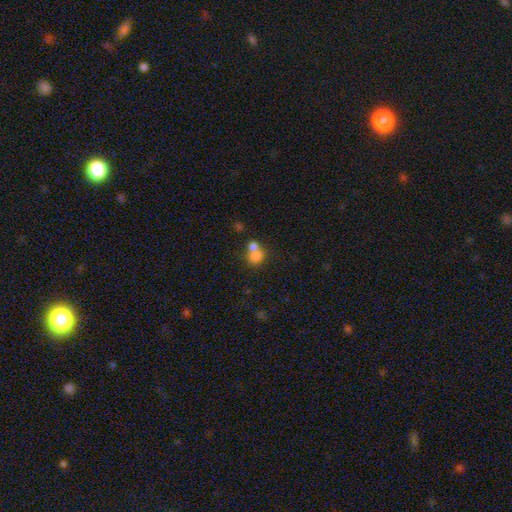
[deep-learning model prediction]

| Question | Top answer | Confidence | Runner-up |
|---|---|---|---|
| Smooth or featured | smooth | 75% | featured or disk (14%) |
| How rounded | round | 76% | in between (23%) |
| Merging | merger | 60% | none (31%) |